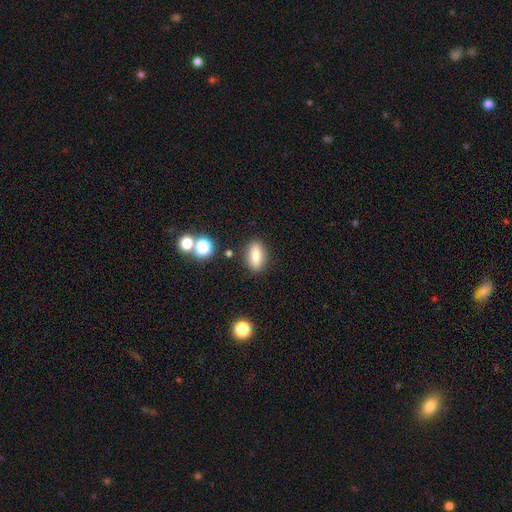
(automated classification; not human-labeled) Smooth or featured? smooth (79%)
How rounded? in between (80%)
Merging? none (85%)